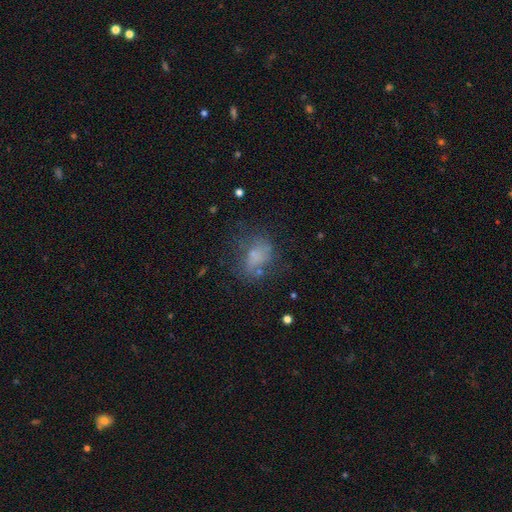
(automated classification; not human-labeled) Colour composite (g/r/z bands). It shows a smooth galaxy with no disk features (55%) that is in between round and cigar-shaped (60%). Merging: none (53%).